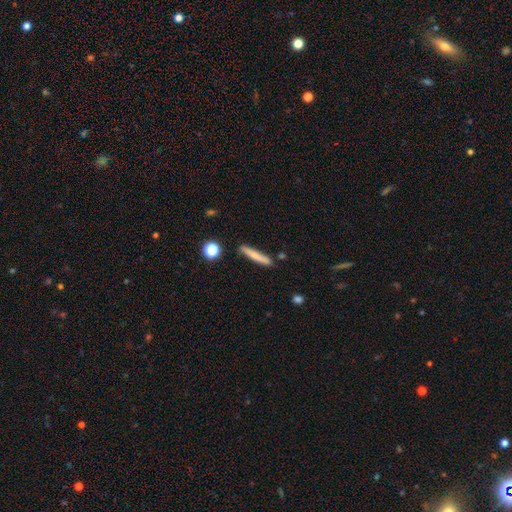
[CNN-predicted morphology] smooth_or_featured: smooth (p=0.71) [alt: featured or disk p=0.22]
how_rounded: cigar-shaped (p=0.93) [alt: in between p=0.05]
merging: none (p=0.86) [alt: minor disturbance p=0.09]